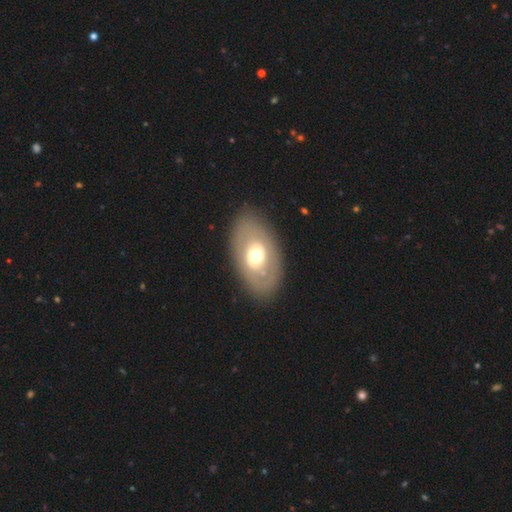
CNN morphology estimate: A featured or disk galaxy (48%).

Vote fractions:
- Smooth or featured? featured or disk: 48% / smooth: 46% / star or artifact: 6%
- Merging? none: 84% / minor disturbance: 10% / major disturbance: 5% / merger: 1%